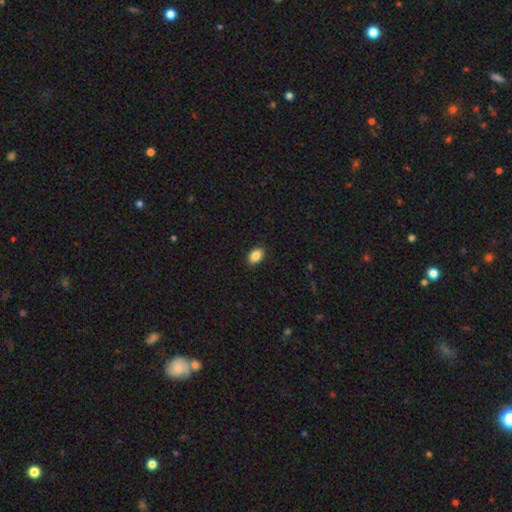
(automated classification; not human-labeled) The model was most divided on "how rounded": in between: 89%, round: 10%, cigar-shaped: 2%. More confident: merging — none (89%); smooth or featured — smooth (88%).